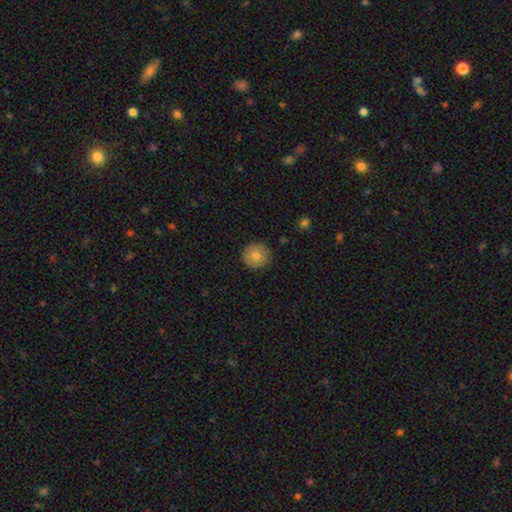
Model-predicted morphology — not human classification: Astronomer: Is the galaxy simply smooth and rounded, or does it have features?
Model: smooth — 80%.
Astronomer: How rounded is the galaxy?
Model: round — 95%.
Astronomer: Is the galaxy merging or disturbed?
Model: none — 91%.